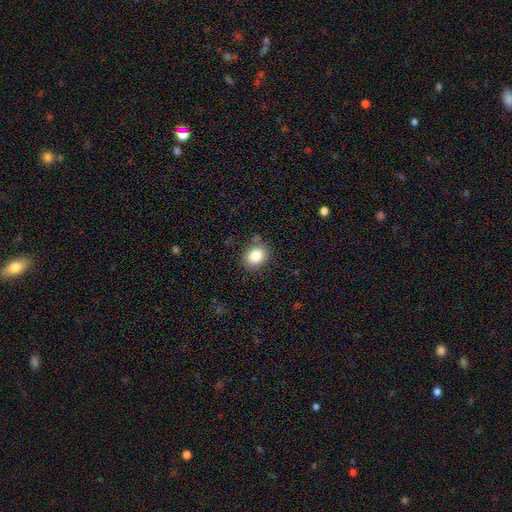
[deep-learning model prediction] Smooth or featured?
  - smooth: 85% *
  - star or artifact: 9%
  - featured or disk: 6%
How rounded?
  - round: 51% *
  - in between: 48%
  - cigar-shaped: 1%
Merging?
  - none: 82% *
  - minor disturbance: 12%
  - major disturbance: 3%
  - merger: 2%